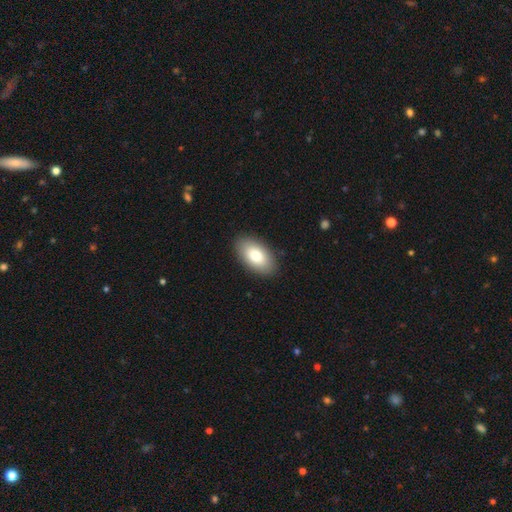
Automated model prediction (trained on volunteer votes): smooth-or-featured: smooth: 80% | featured or disk: 14% | star or artifact: 6%
  how-rounded: in between: 95% | round: 3% | cigar-shaped: 2%
  merging: none: 89% | minor disturbance: 8% | major disturbance: 2% | merger: 1%